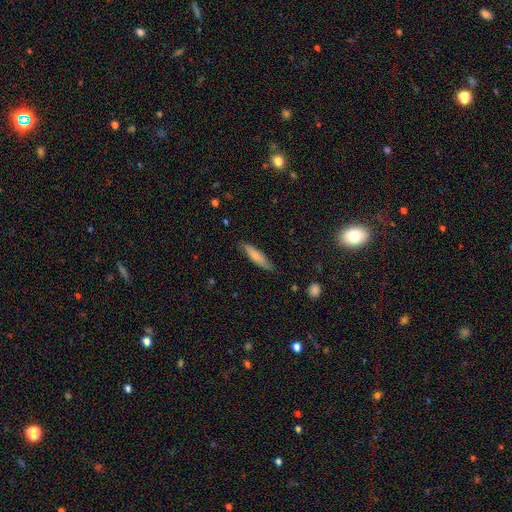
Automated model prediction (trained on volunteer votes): Morphology: type=smooth (73%); roundness=cigar-shaped (75%); merging=none (80%).